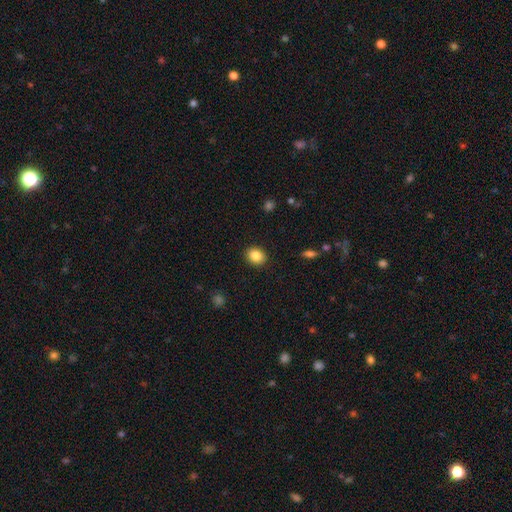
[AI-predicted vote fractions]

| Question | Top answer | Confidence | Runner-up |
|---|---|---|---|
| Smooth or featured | smooth | 85% | star or artifact (9%) |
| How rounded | round | 58% | in between (41%) |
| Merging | none | 90% | minor disturbance (7%) |